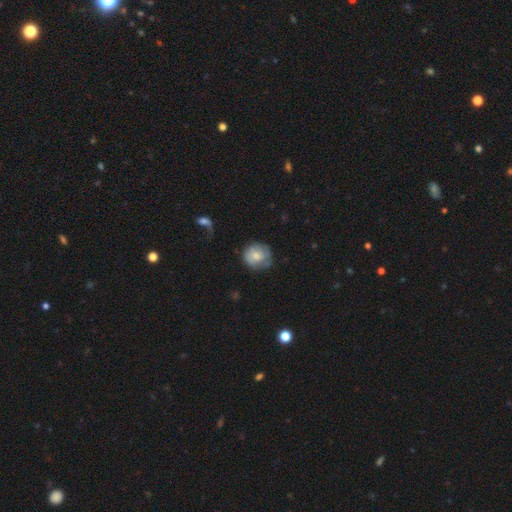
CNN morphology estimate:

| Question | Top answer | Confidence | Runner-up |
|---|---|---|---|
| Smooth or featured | smooth | 67% | featured or disk (26%) |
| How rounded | round | 87% | in between (12%) |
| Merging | none | 65% | minor disturbance (24%) |